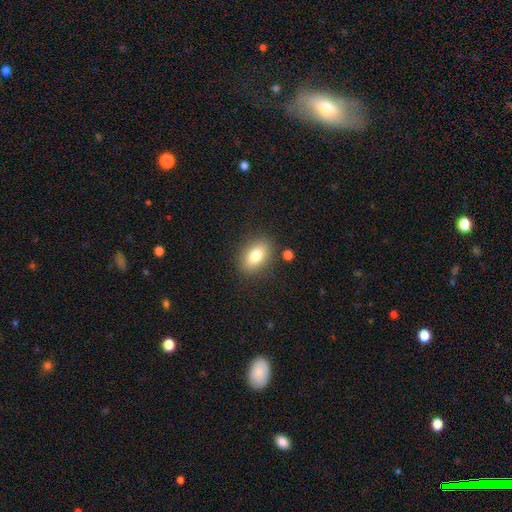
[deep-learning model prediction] This appears to be a smooth galaxy with no disk features (79%) that is in between round and cigar-shaped (83%). Merging: none (84%).